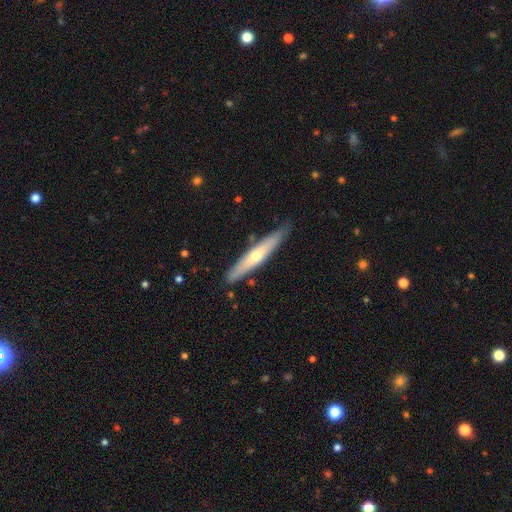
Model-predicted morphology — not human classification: Overall: featured or disk (54%; smooth 40%). Edge-on disk: yes (87%). Merging: none (84%).